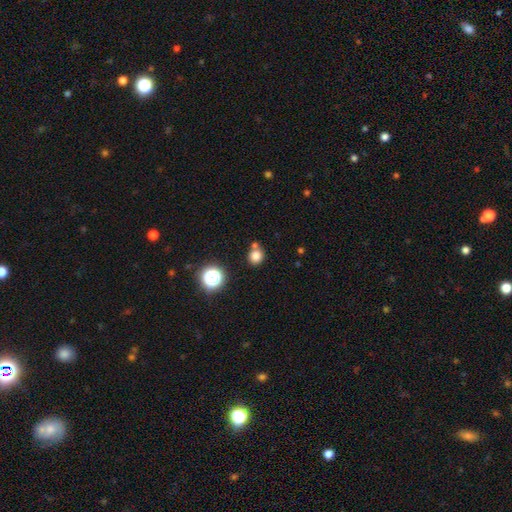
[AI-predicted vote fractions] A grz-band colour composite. It shows a smooth galaxy with no disk features (79%) that is round (85%). Merging: none (68%).